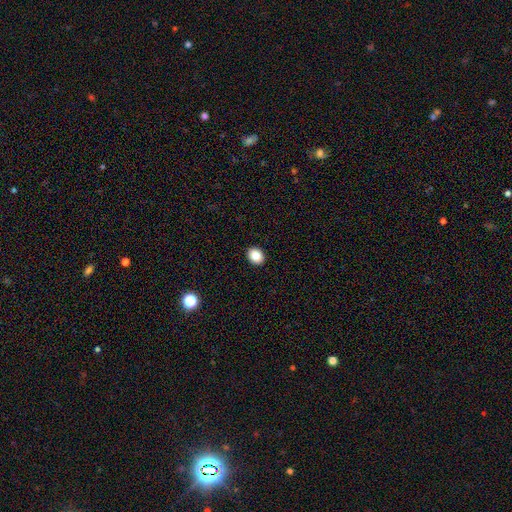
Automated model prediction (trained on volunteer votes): A smooth galaxy with no disk features (85%) that is round (56%).

Vote fractions:
- Smooth or featured? smooth: 85% / star or artifact: 10% / featured or disk: 5%
- How rounded? round: 56% / in between: 43% / cigar-shaped: 1%
- Merging? none: 92% / minor disturbance: 5% / major disturbance: 2% / merger: 1%